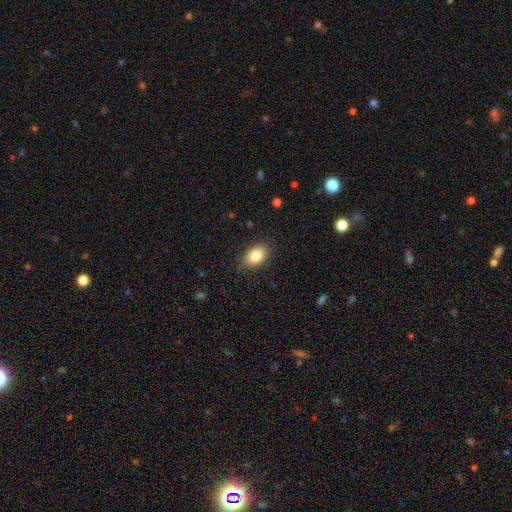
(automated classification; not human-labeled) Overall: smooth (83%). How rounded: in between (89%). Merging: none (85%).